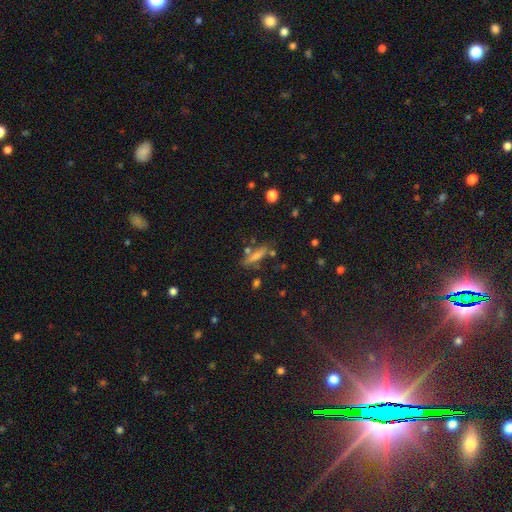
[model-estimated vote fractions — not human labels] Q: Smooth or featured?
A: smooth (67%); runner-up: featured or disk (23%)
Q: How rounded?
A: cigar-shaped (75%); runner-up: in between (22%)
Q: Merging?
A: none (70%); runner-up: minor disturbance (15%)